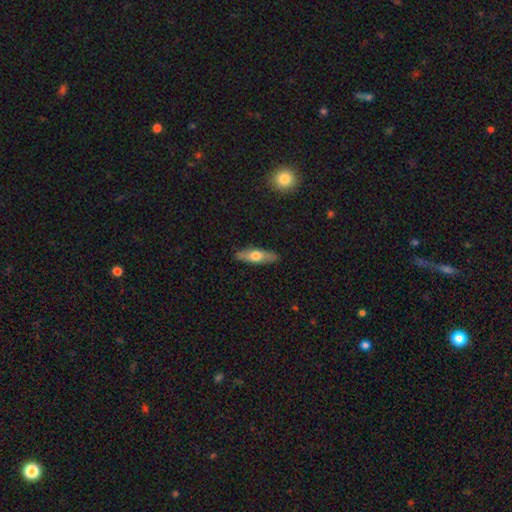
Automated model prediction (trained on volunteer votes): Smooth or featured? Predicted: smooth (p=0.54). How rounded? Predicted: cigar-shaped (p=0.61). Merging? Predicted: none (p=0.88).